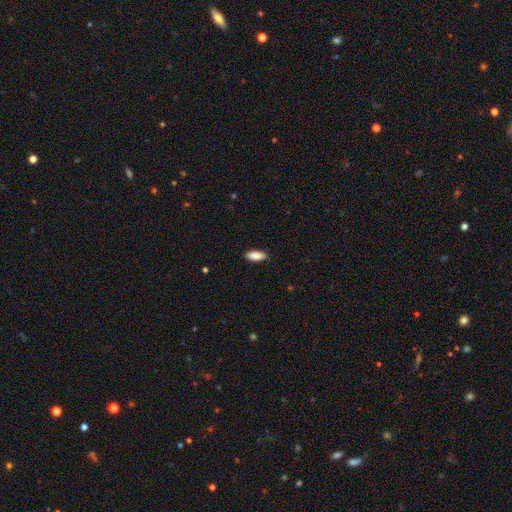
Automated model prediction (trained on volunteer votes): A smooth galaxy with no disk features (89%) that is in between round and cigar-shaped (80%).

Vote fractions:
- Smooth or featured? smooth: 89% / star or artifact: 6% / featured or disk: 5%
- How rounded? in between: 80% / cigar-shaped: 18% / round: 2%
- Merging? none: 87% / minor disturbance: 10% / major disturbance: 2% / merger: 1%